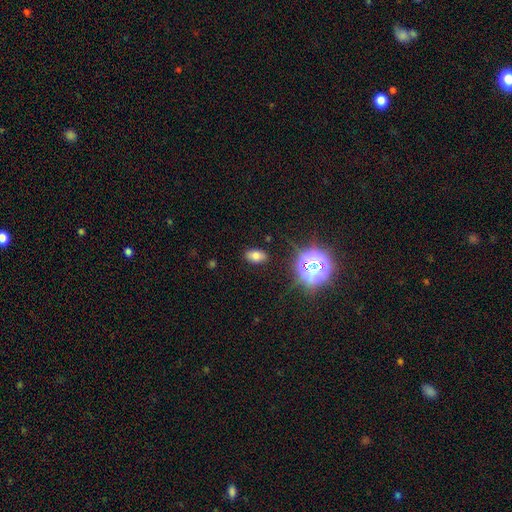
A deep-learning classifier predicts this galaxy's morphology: smooth-or-featured: smooth: 68% | star or artifact: 20% | featured or disk: 11%
  how-rounded: in between: 87% | round: 11% | cigar-shaped: 2%
  merging: none: 85% | minor disturbance: 10% | major disturbance: 3% | merger: 2%